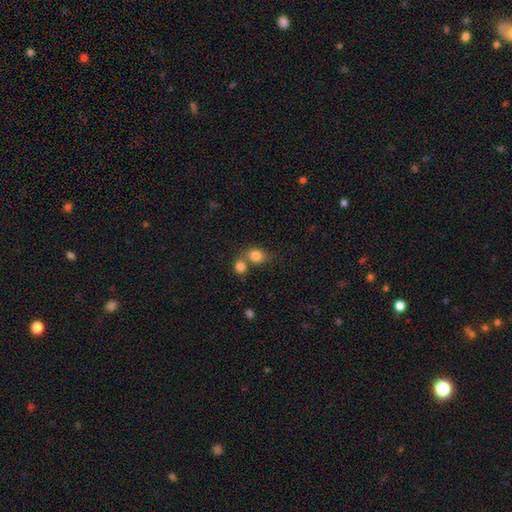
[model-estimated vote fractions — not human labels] This appears to be a smooth galaxy with no disk features (82%) that is round (51%). Merging: none (43%).